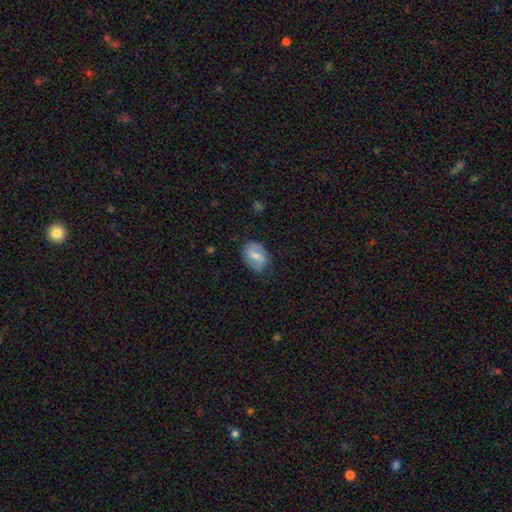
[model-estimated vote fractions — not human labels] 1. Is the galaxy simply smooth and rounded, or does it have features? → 52% featured or disk, 41% smooth, 6% star or artifact.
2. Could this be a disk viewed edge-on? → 96% no, 4% yes.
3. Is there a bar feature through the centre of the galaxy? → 52% weak, 29% strong, 19% no.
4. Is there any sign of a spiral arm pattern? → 78% yes, 22% no.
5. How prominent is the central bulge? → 51% moderate, 37% small, 6% none, 4% large, 1% dominant.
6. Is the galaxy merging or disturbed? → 74% none, 19% minor disturbance, 5% major disturbance, 1% merger.